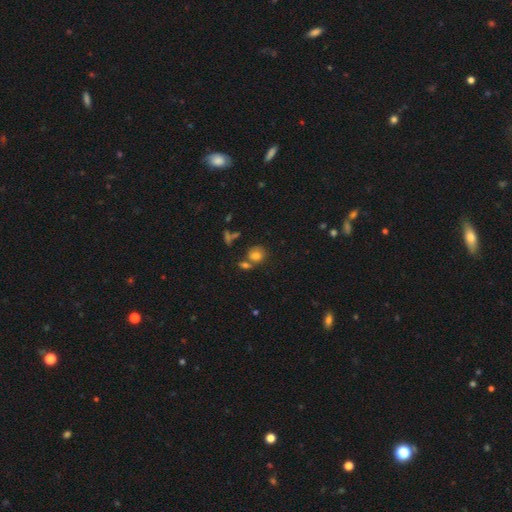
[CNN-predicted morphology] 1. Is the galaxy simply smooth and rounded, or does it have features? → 76% smooth, 12% star or artifact, 12% featured or disk.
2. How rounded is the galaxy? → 73% round, 26% in between, 1% cigar-shaped.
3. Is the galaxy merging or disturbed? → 55% none, 26% merger, 13% minor disturbance, 6% major disturbance.